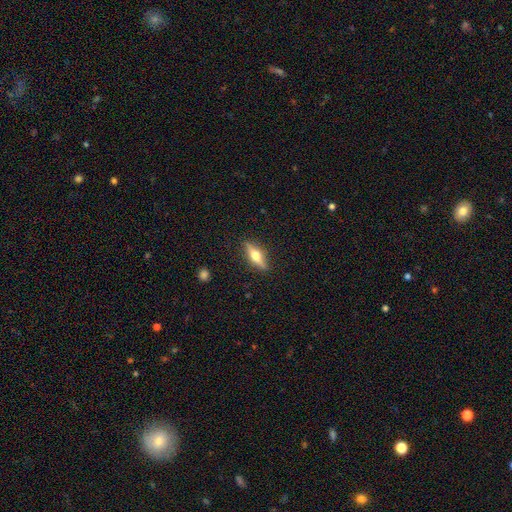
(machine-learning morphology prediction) Smooth or featured?
  - featured or disk: 61% *
  - smooth: 32%
  - star or artifact: 6%
Edge-on disk?
  - yes: 94% *
  - no: 6%
Edge-on bulge?
  - rounded: 95% *
  - boxy: 3%
  - none: 2%
Merging?
  - none: 88% *
  - minor disturbance: 9%
  - major disturbance: 2%
  - merger: 1%